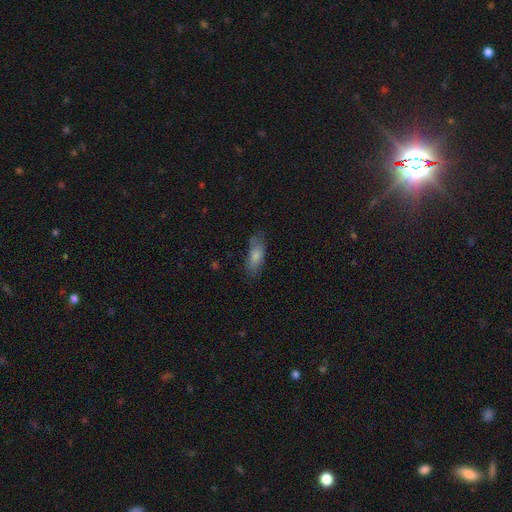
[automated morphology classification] The model was most divided on "merging": none: 68%, minor disturbance: 23%, major disturbance: 7%, merger: 2%. More confident: smooth or featured — smooth (78%); how rounded — in between (72%).